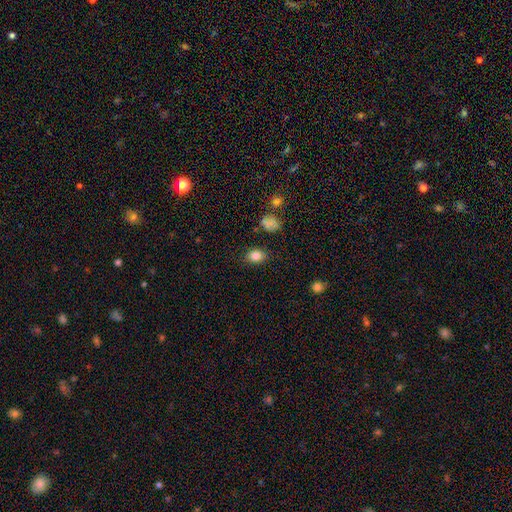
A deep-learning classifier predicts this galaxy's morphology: A smooth galaxy with no disk features (84%) that is in between round and cigar-shaped (73%).

Vote fractions:
- Smooth or featured? smooth: 84% / star or artifact: 10% / featured or disk: 6%
- How rounded? in between: 73% / round: 26% / cigar-shaped: 1%
- Merging? none: 84% / minor disturbance: 11% / major disturbance: 3% / merger: 2%